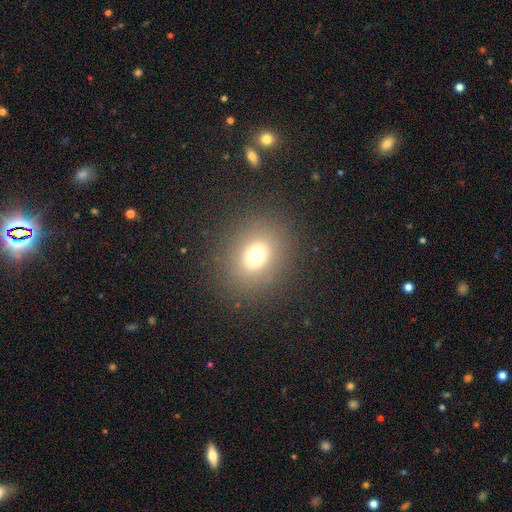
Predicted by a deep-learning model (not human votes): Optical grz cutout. It shows a smooth galaxy with no disk features (68%) that is round (66%). Merging: none (86%).